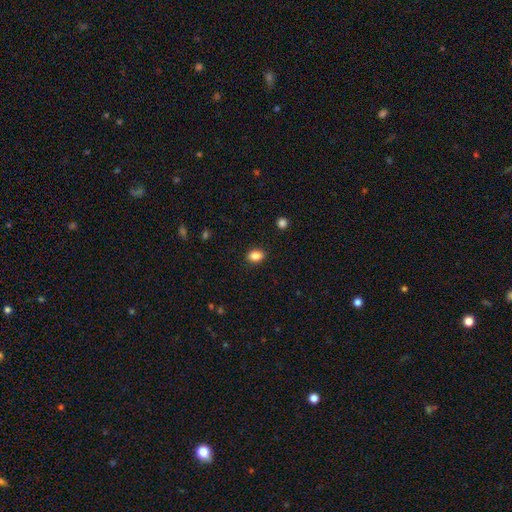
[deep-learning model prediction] A smooth galaxy with no disk features (86%) that is in between round and cigar-shaped (73%). Merging: none (89%).